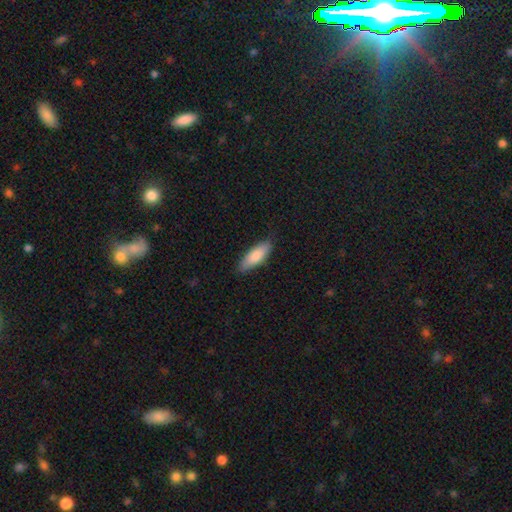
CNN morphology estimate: smooth-or-featured: smooth: 83% | featured or disk: 12% | star or artifact: 5%
  how-rounded: in between: 62% | cigar-shaped: 36% | round: 2%
  merging: none: 83% | minor disturbance: 14% | major disturbance: 2% | merger: 1%